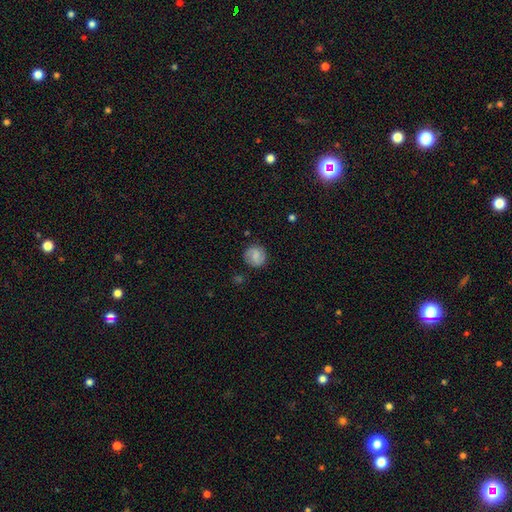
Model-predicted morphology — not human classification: type=smooth (52%); roundness=round (87%); merging=none (83%).